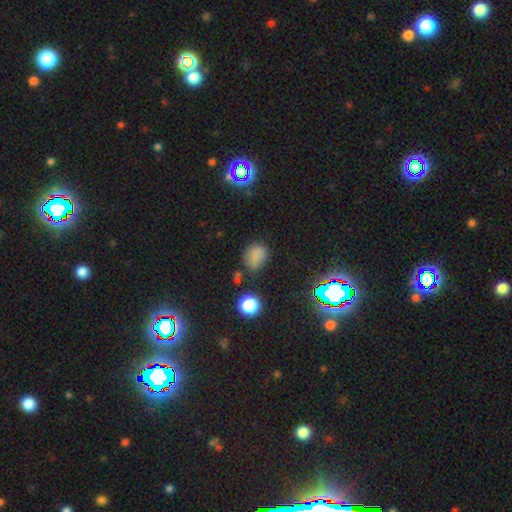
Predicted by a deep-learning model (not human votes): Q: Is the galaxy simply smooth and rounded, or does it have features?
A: smooth — 73%.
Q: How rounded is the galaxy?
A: in between — 54%.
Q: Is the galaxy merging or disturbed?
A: none — 62%.